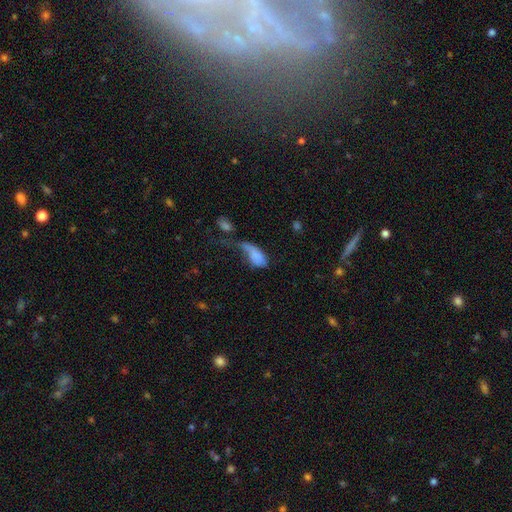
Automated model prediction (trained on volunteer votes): A smooth galaxy with no disk features (72%) that is in between round and cigar-shaped (90%).

Vote fractions:
- Smooth or featured? smooth: 72% / featured or disk: 19% / star or artifact: 9%
- How rounded? in between: 90% / cigar-shaped: 6% / round: 4%
- Merging? major disturbance: 50% / merger: 21% / minor disturbance: 15% / none: 14%